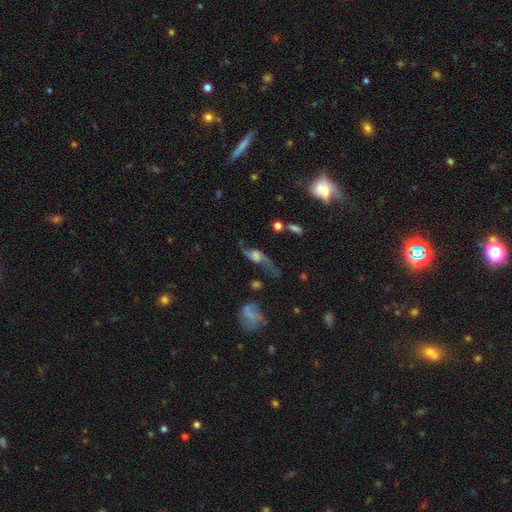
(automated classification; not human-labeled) This is likely a featured or disk galaxy (77%). It is likely not viewed edge-on (75%). Bar: possibly no (59%). Spiral arm pattern: clearly yes (90%). Spiral arm count: clearly 2 (90%). Spiral winding: clearly loose (84%). Central bulge: marginally large (34%). Merging: possibly none (54%).